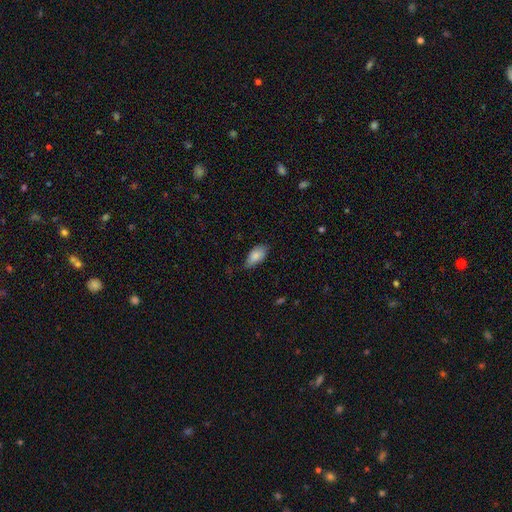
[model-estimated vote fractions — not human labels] Smooth or featured? smooth (84%)
How rounded? in between (92%)
Merging? none (67%)